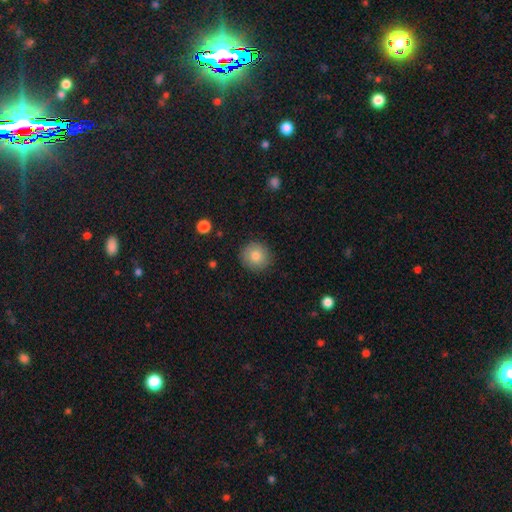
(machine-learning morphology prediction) smooth_or_featured: smooth (p=0.82) [alt: star or artifact p=0.09]
how_rounded: round (p=0.93) [alt: in between p=0.06]
merging: none (p=0.90) [alt: minor disturbance p=0.07]